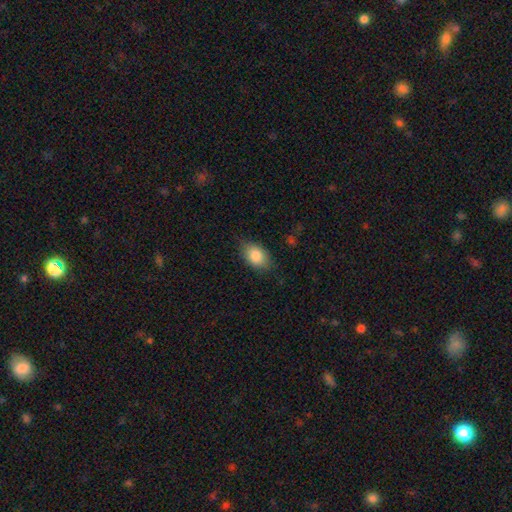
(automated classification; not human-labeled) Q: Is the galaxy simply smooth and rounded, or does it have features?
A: smooth — 85%.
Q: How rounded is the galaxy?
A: in between — 87%.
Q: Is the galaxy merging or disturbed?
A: none — 79%.